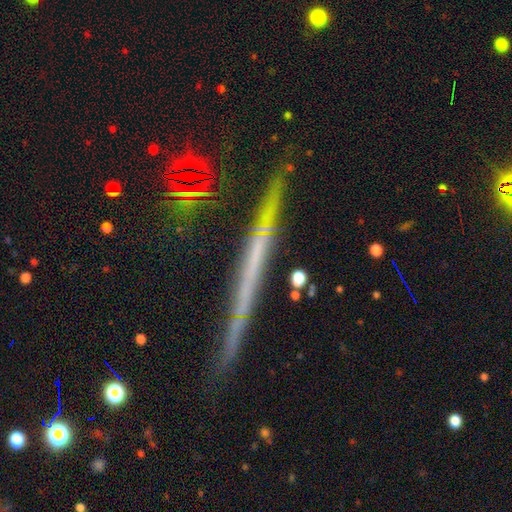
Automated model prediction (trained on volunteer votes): smooth_or_featured: featured or disk (p=0.66) [alt: smooth p=0.24]
disk_edge_on: yes (p=0.97) [alt: no p=0.03]
edge_on_bulge: none (p=0.87) [alt: rounded p=0.08]
merging: none (p=0.88) [alt: minor disturbance p=0.08]